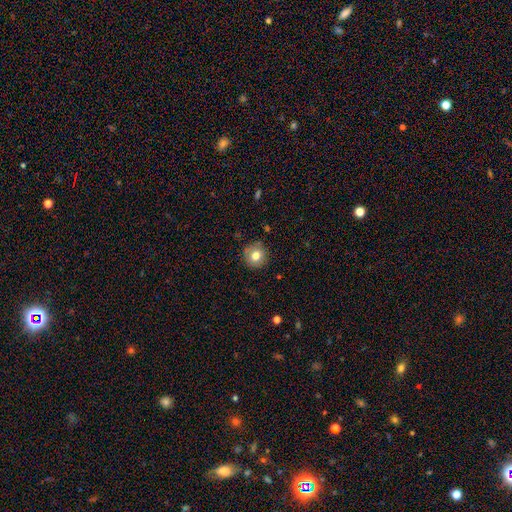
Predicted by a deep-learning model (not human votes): Overall: smooth (75%). How rounded: round (92%). Merging: none (84%).